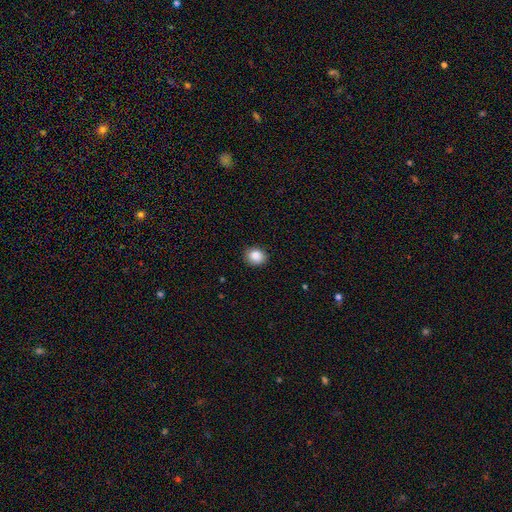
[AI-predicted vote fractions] A smooth galaxy with no disk features (87%) that is round (66%).

Vote fractions:
- Smooth or featured? smooth: 87% / star or artifact: 9% / featured or disk: 4%
- How rounded? round: 66% / in between: 33% / cigar-shaped: 1%
- Merging? none: 90% / minor disturbance: 7% / major disturbance: 2% / merger: 1%